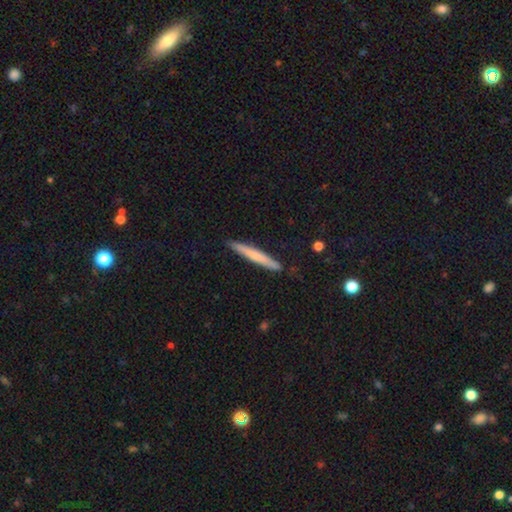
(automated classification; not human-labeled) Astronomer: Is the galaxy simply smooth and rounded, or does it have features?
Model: smooth — 61%.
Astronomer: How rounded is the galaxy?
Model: cigar-shaped — 96%.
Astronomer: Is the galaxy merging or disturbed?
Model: none — 90%.